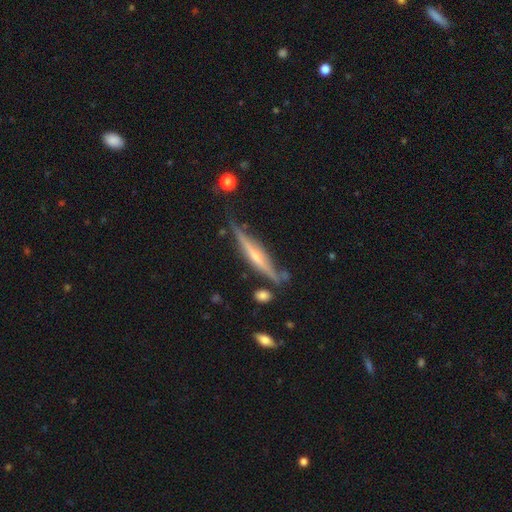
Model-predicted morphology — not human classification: Overall: featured or disk (73%). Edge-on disk: yes (96%). Edge-on bulge: rounded (66%). Merging: none (72%).